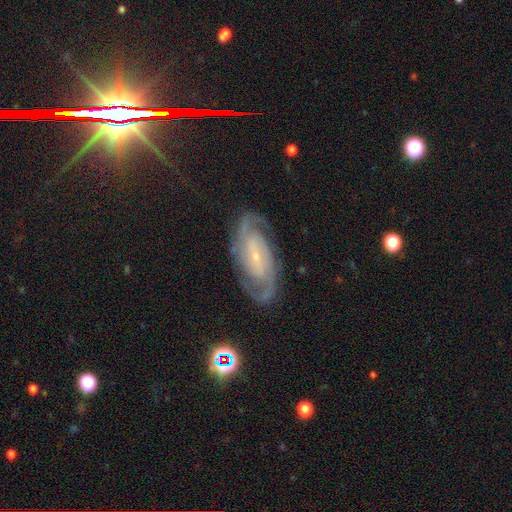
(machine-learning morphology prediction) Q: Smooth or featured?
A: featured or disk (87%); runner-up: star or artifact (7%)
Q: Edge-on disk?
A: no (96%); runner-up: yes (4%)
Q: Bar?
A: no (41%); runner-up: weak (39%)
Q: Spiral arms?
A: yes (97%); runner-up: no (3%)
Q: Spiral winding?
A: tight (49%); runner-up: medium (41%)
Q: Spiral arm count?
A: 2 (80%); runner-up: can't tell (8%)
Q: Bulge size?
A: small (80%); runner-up: moderate (12%)
Q: Merging?
A: none (80%); runner-up: minor disturbance (13%)